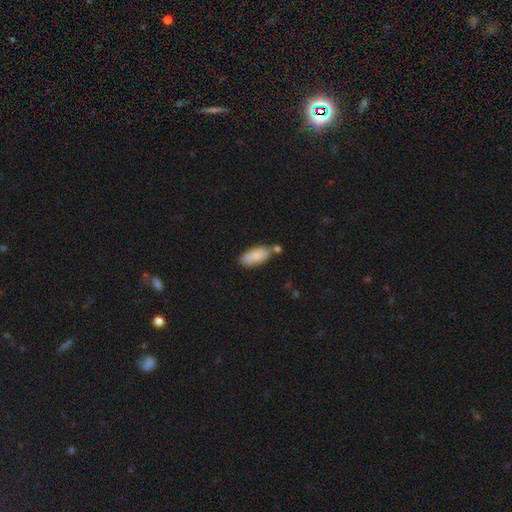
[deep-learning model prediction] A smooth galaxy with no disk features (86%) that is in between round and cigar-shaped (87%).

Vote fractions:
- Smooth or featured? smooth: 86% / featured or disk: 8% / star or artifact: 6%
- How rounded? in between: 87% / cigar-shaped: 11% / round: 2%
- Merging? none: 60% / minor disturbance: 19% / merger: 17% / major disturbance: 4%